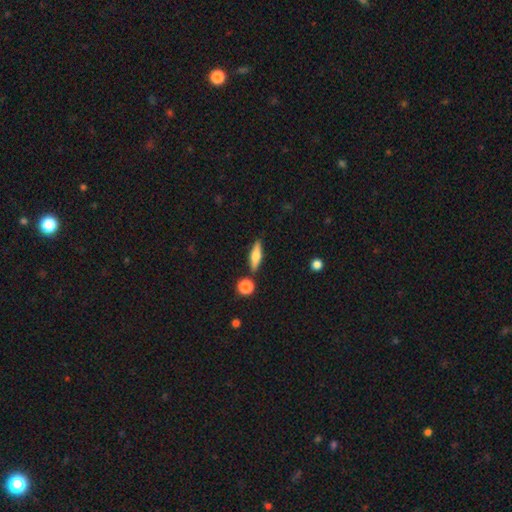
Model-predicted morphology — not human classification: smooth-or-featured: smooth: 55% | featured or disk: 38% | star or artifact: 8%
  how-rounded: cigar-shaped: 54% | in between: 41% | round: 4%
  merging: none: 82% | minor disturbance: 10% | merger: 6% | major disturbance: 3%